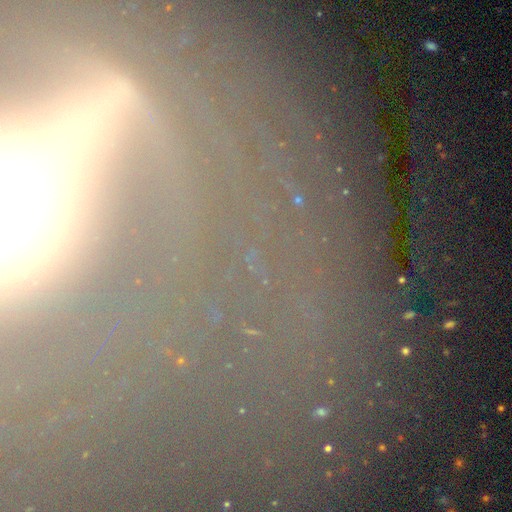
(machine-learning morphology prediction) A star or artifact, not a galaxy (65%).